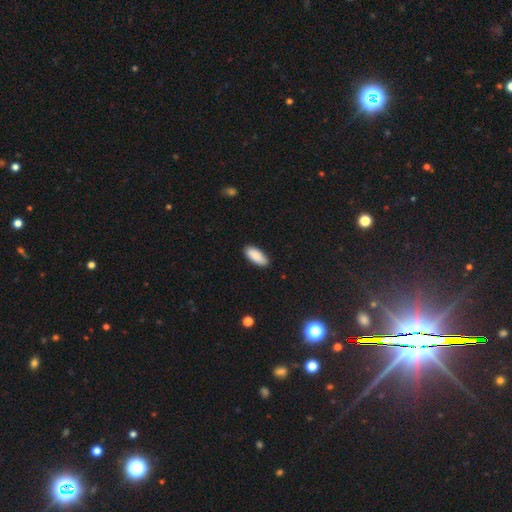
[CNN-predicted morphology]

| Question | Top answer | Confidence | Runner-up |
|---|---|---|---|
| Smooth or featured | smooth | 90% | star or artifact (6%) |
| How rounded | in between | 85% | cigar-shaped (14%) |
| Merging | none | 89% | minor disturbance (9%) |